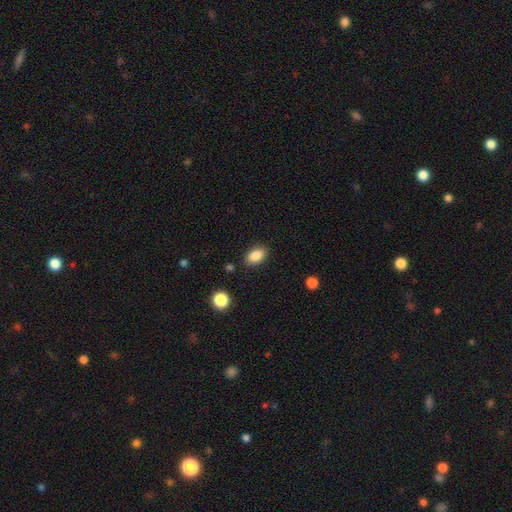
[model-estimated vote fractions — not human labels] Smooth or featured? smooth (86%)
How rounded? in between (88%)
Merging? none (86%)